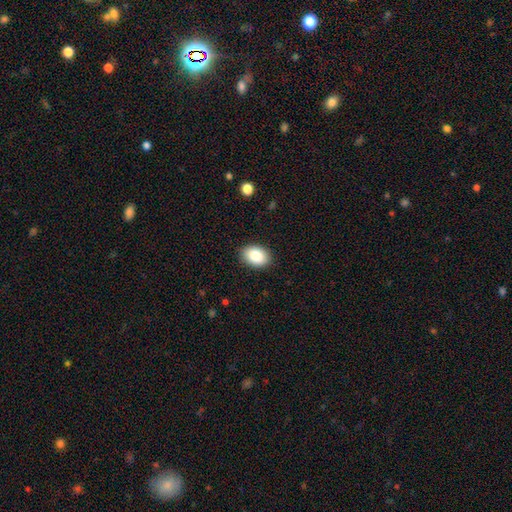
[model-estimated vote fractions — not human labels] Smooth or featured: smooth — 87% (star or artifact — 7%)
How rounded: in between — 82% (round — 17%)
Merging: none — 89% (minor disturbance — 8%)